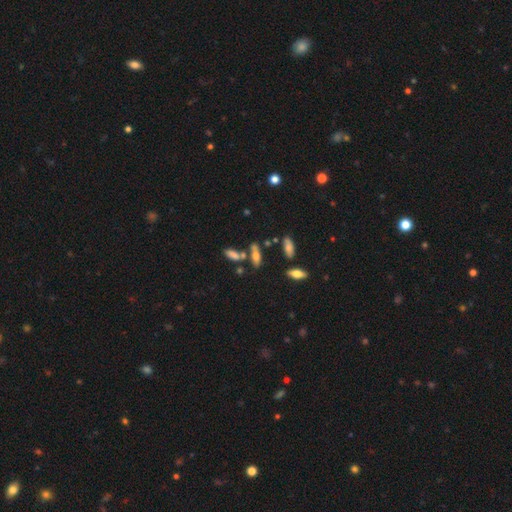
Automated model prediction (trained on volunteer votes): smooth-or-featured: smooth: 63% | featured or disk: 25% | star or artifact: 12%
  how-rounded: in between: 63% | cigar-shaped: 33% | round: 4%
  merging: none: 57% | merger: 21% | minor disturbance: 15% | major disturbance: 6%